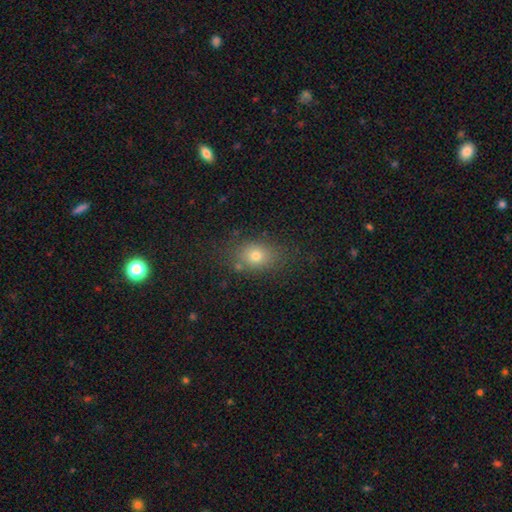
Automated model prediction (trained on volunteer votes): smooth-or-featured: smooth: 74% | star or artifact: 14% | featured or disk: 12%
  how-rounded: in between: 62% | round: 36% | cigar-shaped: 2%
  merging: none: 77% | minor disturbance: 14% | major disturbance: 5% | merger: 3%